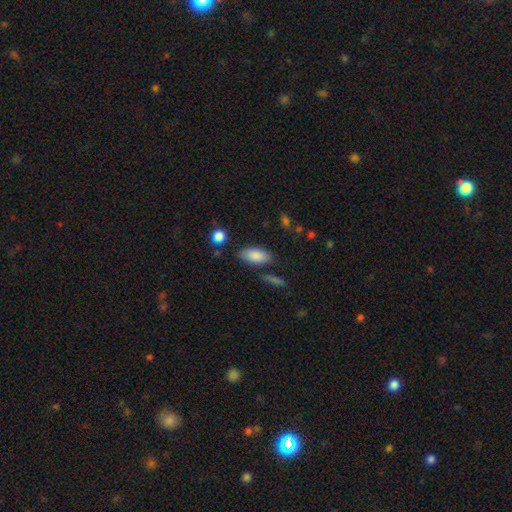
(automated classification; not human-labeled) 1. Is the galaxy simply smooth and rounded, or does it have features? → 86% smooth, 7% featured or disk, 7% star or artifact.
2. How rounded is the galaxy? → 89% in between, 9% cigar-shaped, 3% round.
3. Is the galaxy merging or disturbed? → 80% none, 13% minor disturbance, 4% merger, 3% major disturbance.